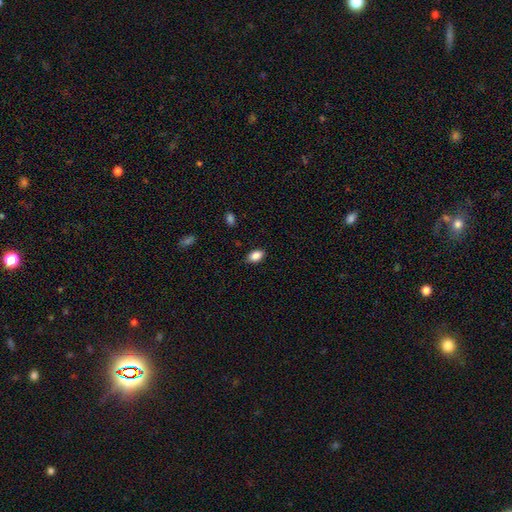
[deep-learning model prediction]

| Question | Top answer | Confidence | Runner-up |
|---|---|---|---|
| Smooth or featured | smooth | 87% | star or artifact (8%) |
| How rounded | in between | 90% | round (7%) |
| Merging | none | 84% | minor disturbance (12%) |